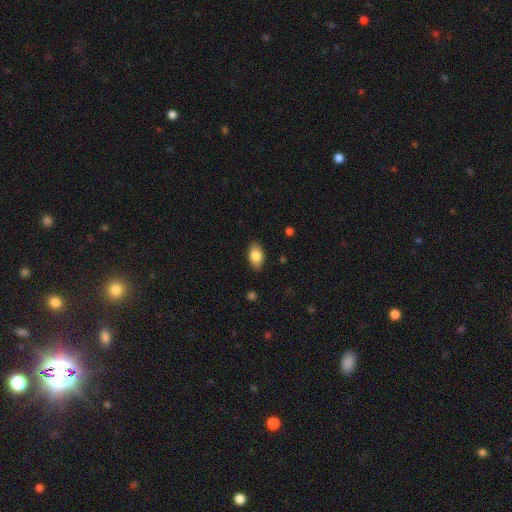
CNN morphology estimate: smooth 83%, featured or disk 9%, star or artifact 7%. Down the decision tree: how rounded — in between (91%); merging — none (85%).